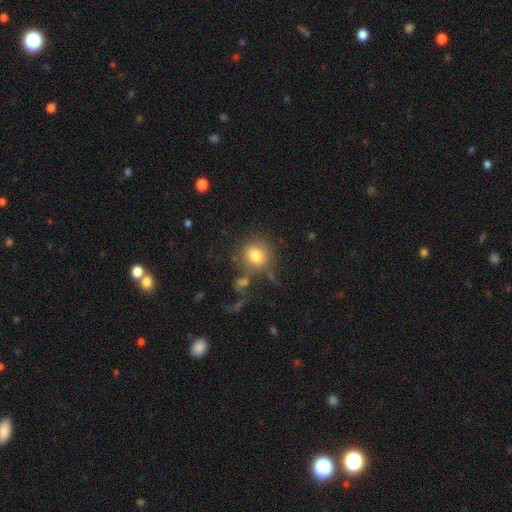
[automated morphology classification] This is likely a smooth galaxy (79%). How rounded: likely round (79%). Merging: likely none (70%).